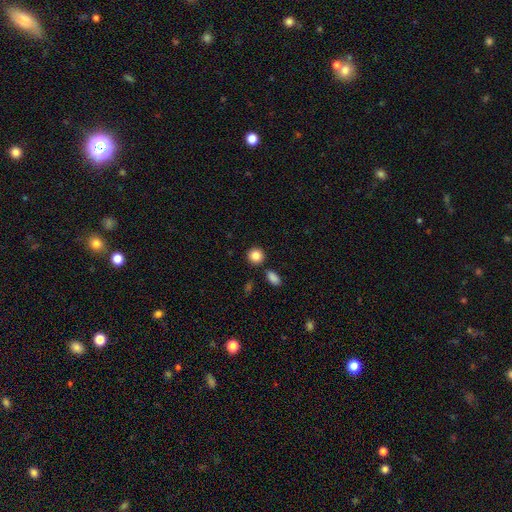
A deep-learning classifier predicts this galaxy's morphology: Smooth or featured: smooth — 86% (star or artifact — 9%)
How rounded: round — 89% (in between — 10%)
Merging: none — 84% (minor disturbance — 8%)